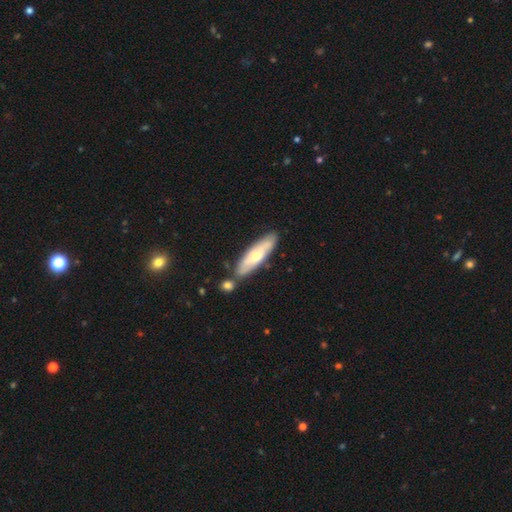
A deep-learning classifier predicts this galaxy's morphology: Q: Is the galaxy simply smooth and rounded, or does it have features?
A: smooth — 58%.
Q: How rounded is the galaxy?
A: cigar-shaped — 69%.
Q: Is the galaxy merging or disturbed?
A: none — 74%.